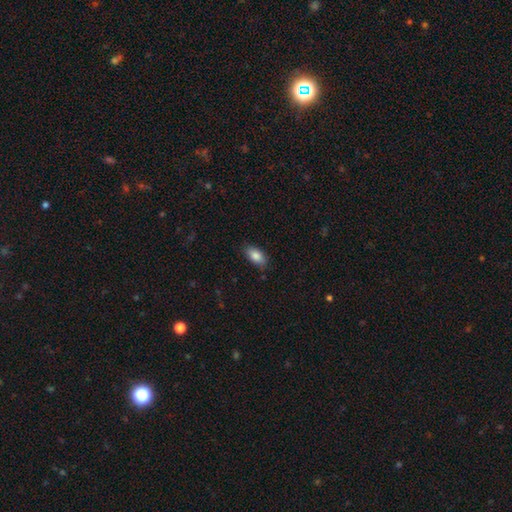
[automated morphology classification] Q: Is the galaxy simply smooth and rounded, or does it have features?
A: smooth — 85%.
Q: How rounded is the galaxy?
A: in between — 92%.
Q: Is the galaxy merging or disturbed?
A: none — 82%.